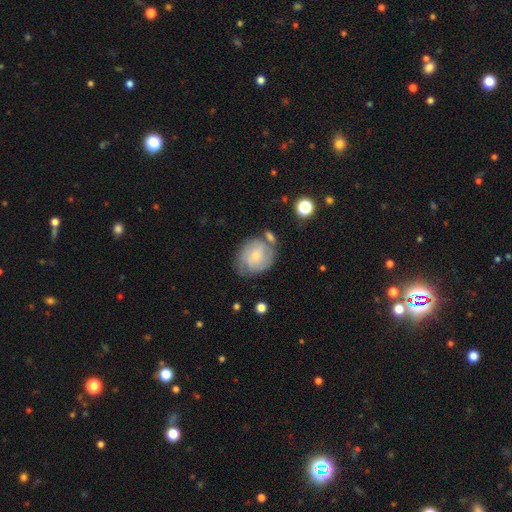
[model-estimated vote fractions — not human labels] A featured or disk galaxy (61%) with no bar (65%), 2 (38%) tight (54%) spiral arms (86%) and a small central bulge (70%). Merging: none (56%).